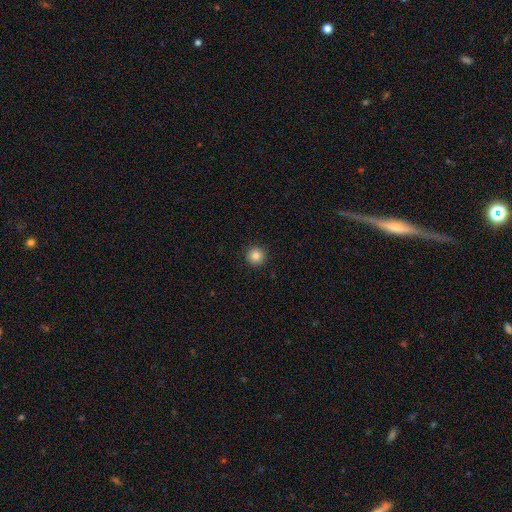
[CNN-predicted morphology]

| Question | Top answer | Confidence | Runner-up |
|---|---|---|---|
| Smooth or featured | smooth | 84% | star or artifact (11%) |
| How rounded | round | 96% | in between (3%) |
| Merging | none | 93% | minor disturbance (4%) |